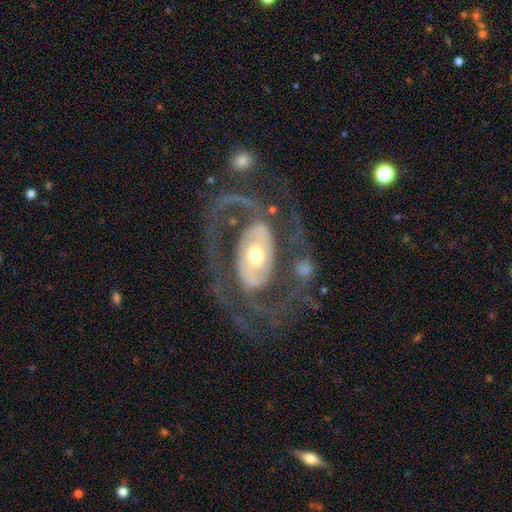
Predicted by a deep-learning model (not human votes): smooth-or-featured: featured or disk: 87% | smooth: 9% | star or artifact: 4%
  disk-edge-on: no: 96% | yes: 4%
    bar: no: 56% | weak: 25% | strong: 19%
    has-spiral-arms: yes: 86% | no: 14%
      spiral-winding: medium: 46% | tight: 29% | loose: 25%
      spiral-arm-count: 2: 76% | can't tell: 9% | 1: 6% | 3: 5% | 4: 3% | more than 4: 2%
    bulge-size: moderate: 66% | small: 17% | large: 14% | dominant: 2% | none: 1%
  merging: none: 61% | major disturbance: 20% | minor disturbance: 14% | merger: 4%